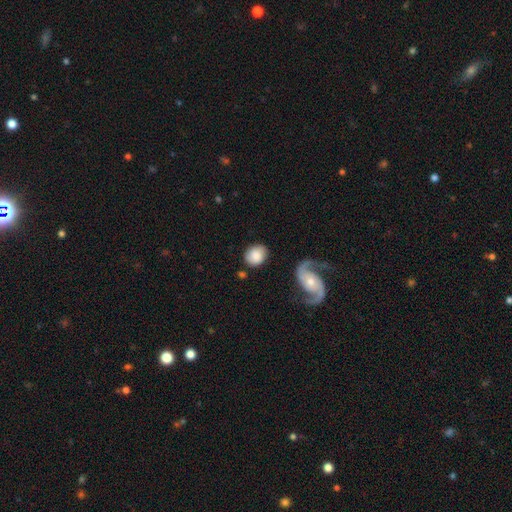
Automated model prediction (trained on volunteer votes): This is likely a smooth galaxy (74%). How rounded: possibly round (59%). Merging: likely none (75%).